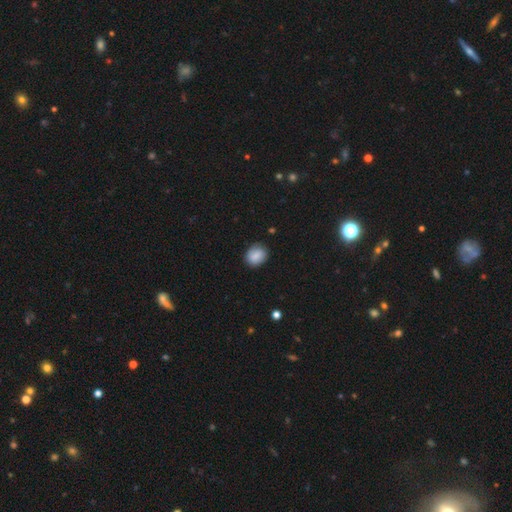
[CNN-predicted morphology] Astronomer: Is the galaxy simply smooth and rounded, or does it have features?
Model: smooth — 86%.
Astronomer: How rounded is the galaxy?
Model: round — 58% (runner-up: in between, 41%).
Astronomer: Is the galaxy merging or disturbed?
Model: none — 82%.